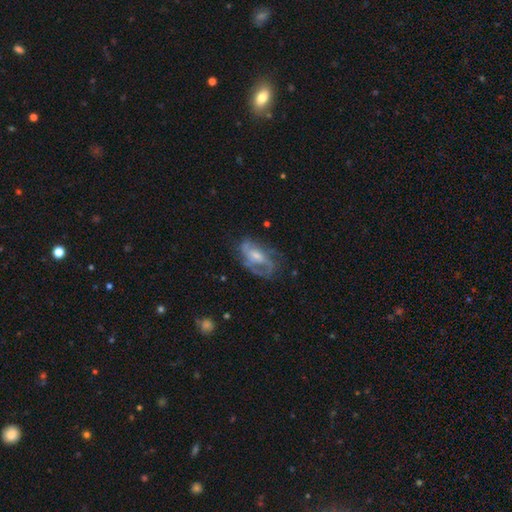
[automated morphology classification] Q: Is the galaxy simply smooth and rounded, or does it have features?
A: featured or disk — 78%.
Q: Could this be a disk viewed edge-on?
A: no — 96%.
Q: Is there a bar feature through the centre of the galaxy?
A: no — 44%.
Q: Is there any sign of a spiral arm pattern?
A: yes — 89%.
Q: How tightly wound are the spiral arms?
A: medium — 47%.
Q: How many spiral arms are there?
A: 2 — 49%.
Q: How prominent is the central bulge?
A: small — 47%.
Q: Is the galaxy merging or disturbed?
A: none — 54%.